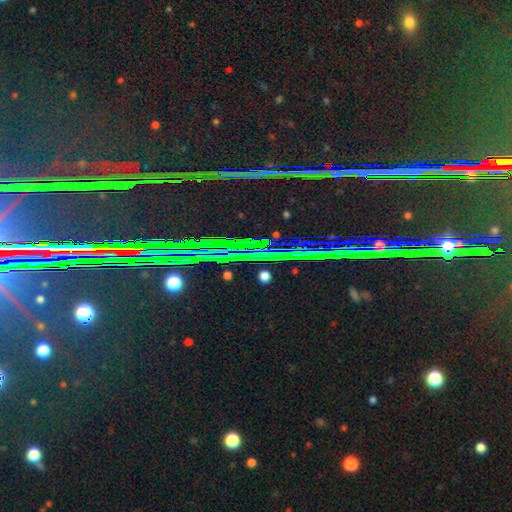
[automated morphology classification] This is clearly a star or artifact rather than a galaxy (86%).